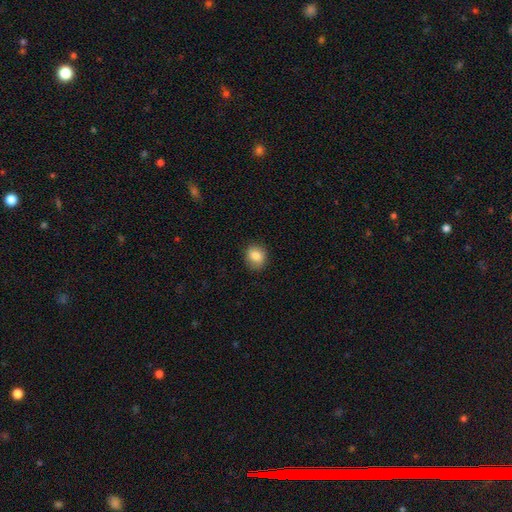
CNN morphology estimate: This appears to be a smooth galaxy with no disk features (83%) that is round (73%). Merging: none (83%).